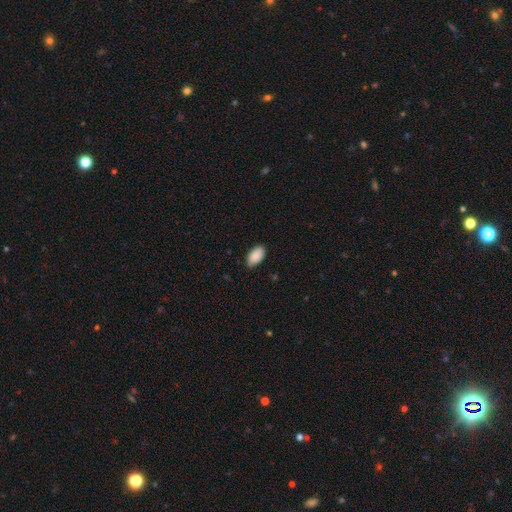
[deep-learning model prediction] Overall: smooth (90%). How rounded: in between (95%). Merging: none (83%).